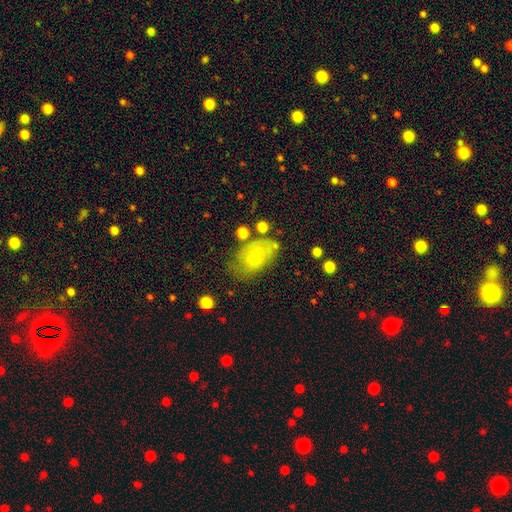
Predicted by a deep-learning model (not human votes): Smooth or featured? smooth (60%)
How rounded? in between (85%)
Merging? none (57%)